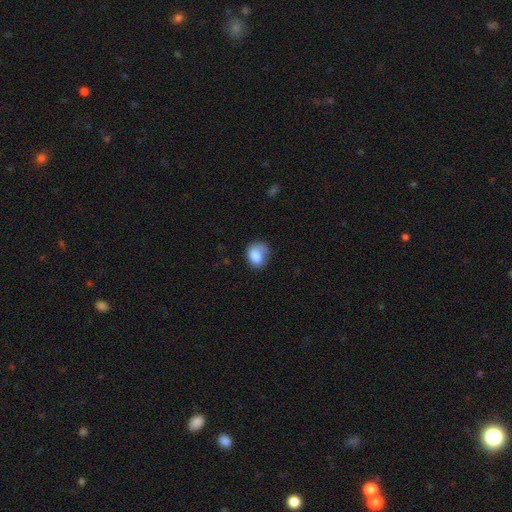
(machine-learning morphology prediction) Smooth or featured: smooth — 79% (featured or disk — 13%)
How rounded: in between — 55% (round — 44%)
Merging: none — 45% (minor disturbance — 31%)